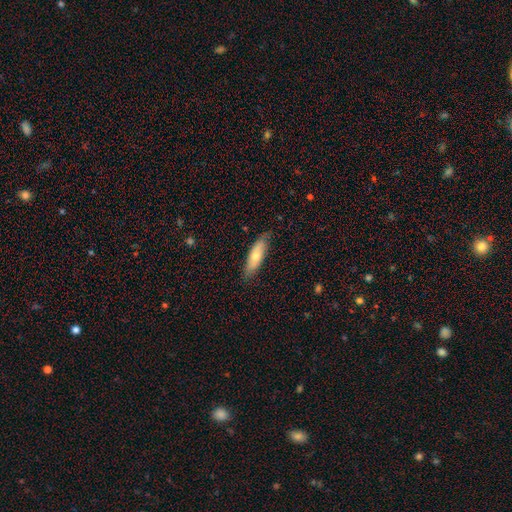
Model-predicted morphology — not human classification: Q: Smooth or featured?
A: smooth (62%); runner-up: featured or disk (32%)
Q: How rounded?
A: cigar-shaped (50%); runner-up: in between (48%)
Q: Merging?
A: none (83%); runner-up: minor disturbance (14%)